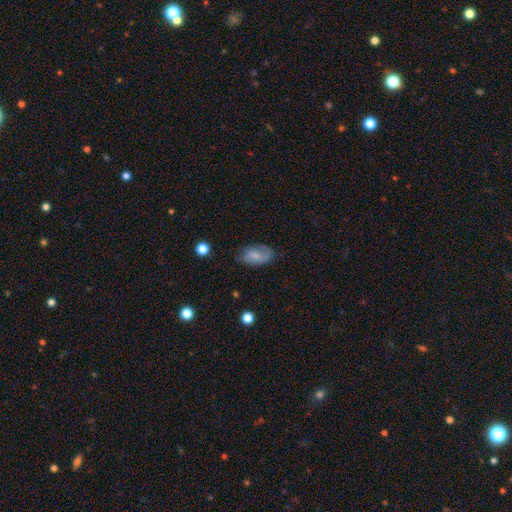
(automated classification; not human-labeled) This appears to be a smooth galaxy with no disk features (70%) that is in between round and cigar-shaped (92%). Merging: none (68%).